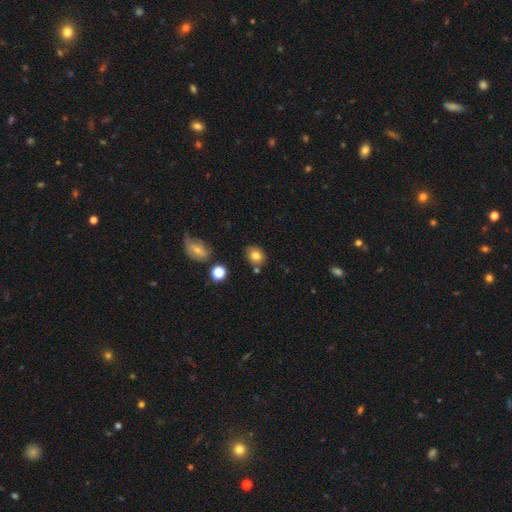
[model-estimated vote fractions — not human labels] smooth_or_featured: smooth (p=0.79) [alt: star or artifact p=0.12]
how_rounded: round (p=0.65) [alt: in between p=0.34]
merging: none (p=0.77) [alt: minor disturbance p=0.12]